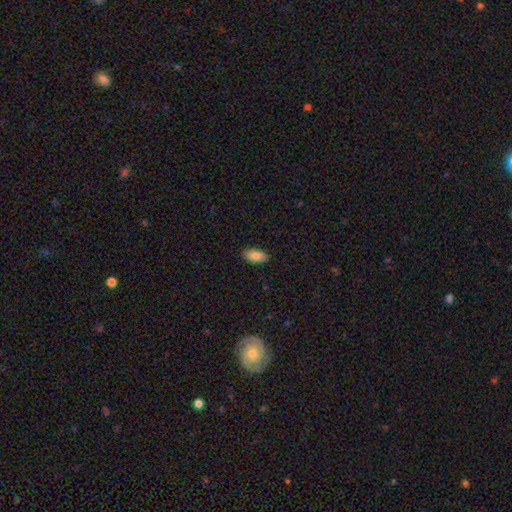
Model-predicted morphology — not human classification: A smooth galaxy with no disk features (84%) that is in between round and cigar-shaped (93%).

Vote fractions:
- Smooth or featured? smooth: 84% / featured or disk: 9% / star or artifact: 7%
- How rounded? in between: 93% / cigar-shaped: 5% / round: 3%
- Merging? none: 89% / minor disturbance: 9% / major disturbance: 2% / merger: 1%